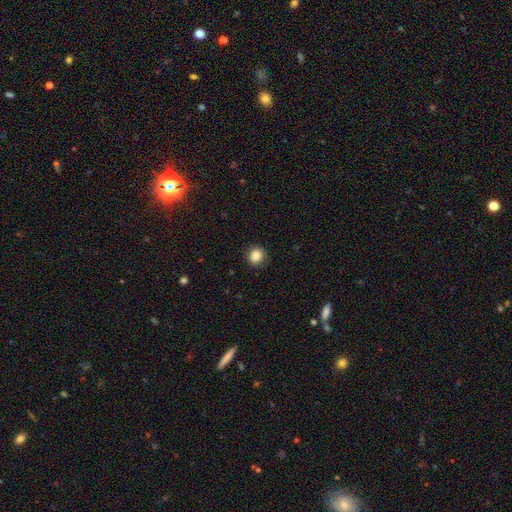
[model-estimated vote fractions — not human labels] The model was most divided on "how rounded": round: 80%, in between: 19%, cigar-shaped: 1%. More confident: merging — none (88%); smooth or featured — smooth (86%).